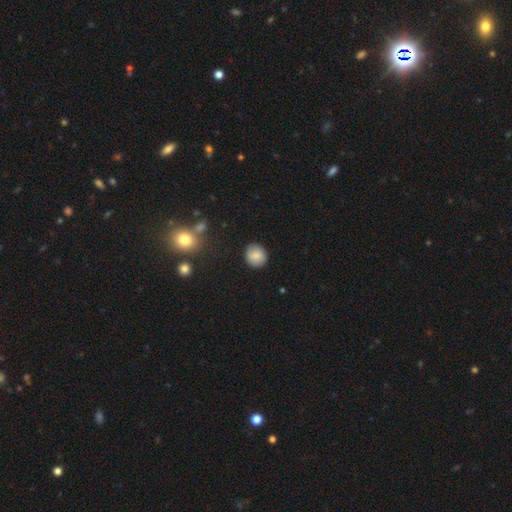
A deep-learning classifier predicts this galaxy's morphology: Smooth or featured? Predicted: smooth (p=0.83). How rounded? Predicted: round (p=0.87). Merging? Predicted: none (p=0.88).